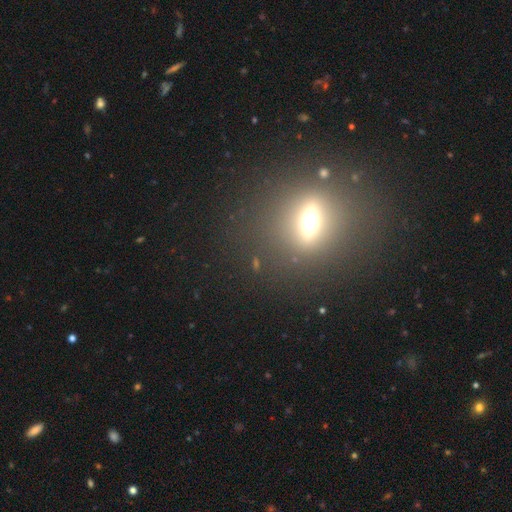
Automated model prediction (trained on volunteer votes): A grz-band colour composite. It shows a featured or disk galaxy (46%). Merging: none (85%).